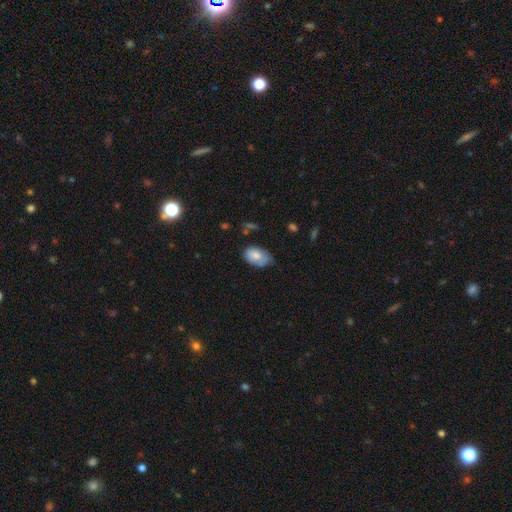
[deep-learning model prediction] Smooth or featured: smooth — 76% (featured or disk — 16%)
How rounded: in between — 90% (round — 9%)
Merging: none — 55% (minor disturbance — 34%)